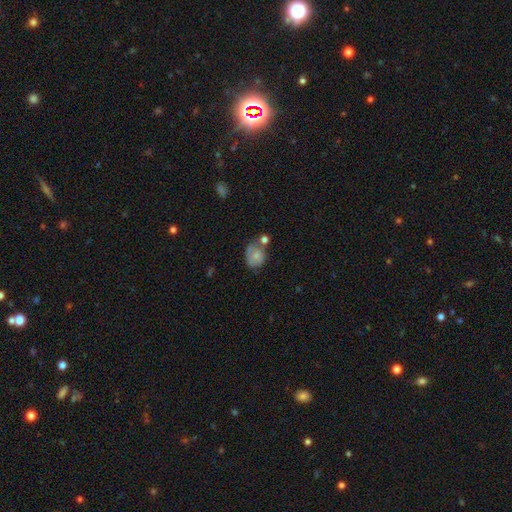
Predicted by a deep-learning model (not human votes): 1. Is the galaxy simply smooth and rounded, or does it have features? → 68% smooth, 24% featured or disk, 9% star or artifact.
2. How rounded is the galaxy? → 57% round, 42% in between, 1% cigar-shaped.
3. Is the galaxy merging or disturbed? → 43% none, 26% minor disturbance, 20% merger, 11% major disturbance.